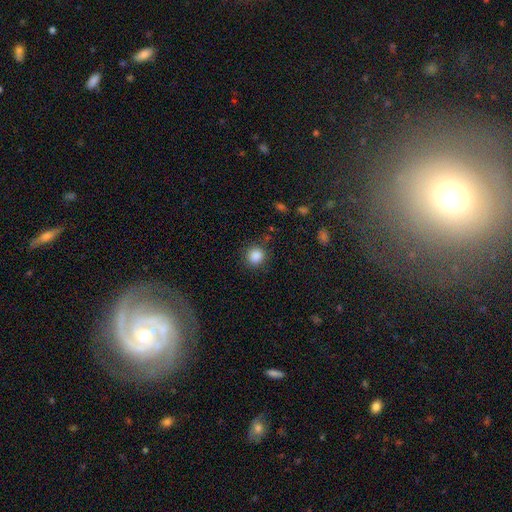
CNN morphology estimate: smooth 87%, star or artifact 10%, featured or disk 3%. Down the decision tree: how rounded — round (92%); merging — none (85%).